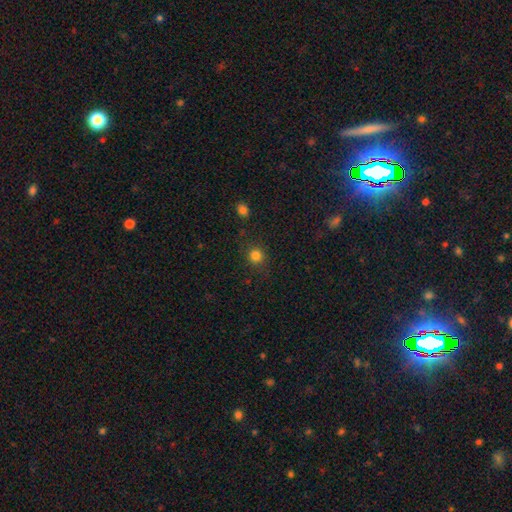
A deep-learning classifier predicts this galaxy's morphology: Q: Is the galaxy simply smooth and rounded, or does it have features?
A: smooth — 82%.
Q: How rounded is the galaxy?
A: round — 91%.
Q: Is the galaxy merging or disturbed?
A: none — 86%.